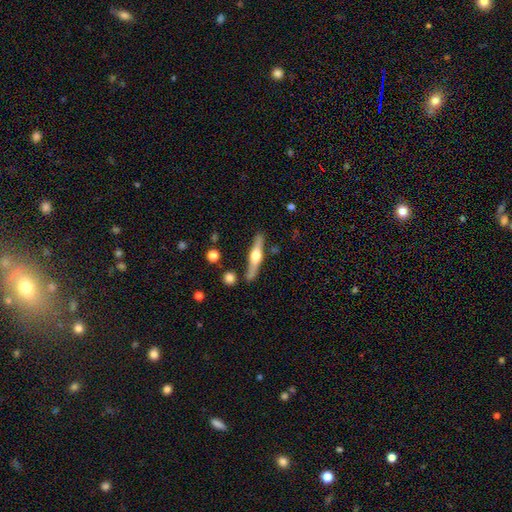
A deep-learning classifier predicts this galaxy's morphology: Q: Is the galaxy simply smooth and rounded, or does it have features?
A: featured or disk — 70%.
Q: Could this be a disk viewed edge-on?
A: yes — 97%.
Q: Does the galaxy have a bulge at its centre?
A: rounded — 94%.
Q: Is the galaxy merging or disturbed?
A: none — 83%.